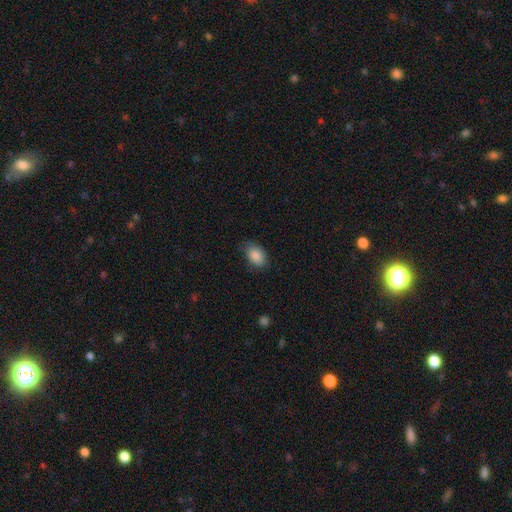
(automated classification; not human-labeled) smooth_or_featured: smooth (p=0.88) [alt: star or artifact p=0.07]
how_rounded: in between (p=0.89) [alt: round p=0.10]
merging: none (p=0.71) [alt: minor disturbance p=0.23]